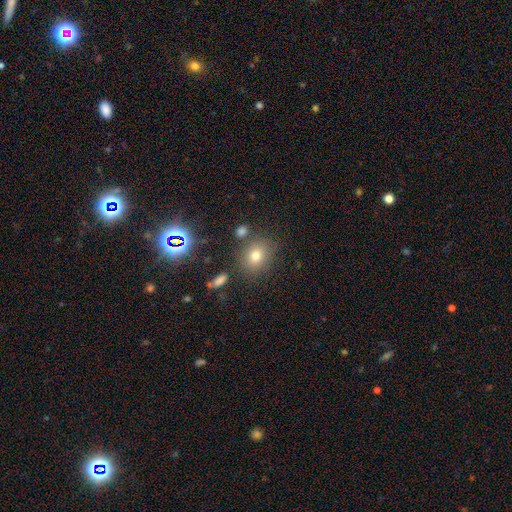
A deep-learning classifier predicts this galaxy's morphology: Overall: smooth (72%). How rounded: round (66%; in between 32%). Merging: none (79%).